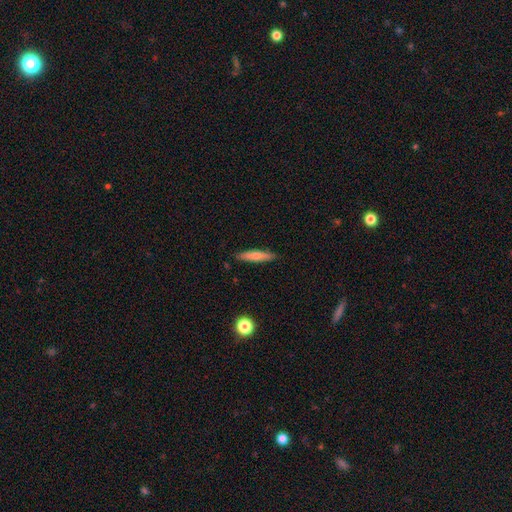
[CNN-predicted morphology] smooth_or_featured: smooth (p=0.72) [alt: featured or disk p=0.22]
how_rounded: cigar-shaped (p=0.88) [alt: in between p=0.11]
merging: none (p=0.88) [alt: minor disturbance p=0.09]